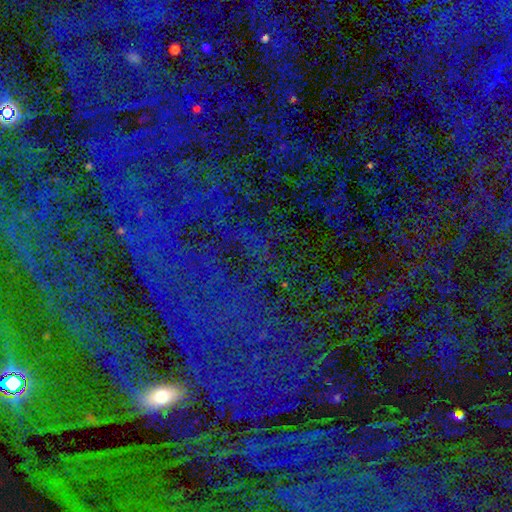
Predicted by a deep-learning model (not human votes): Smooth or featured? Predicted: star or artifact (p=0.79).